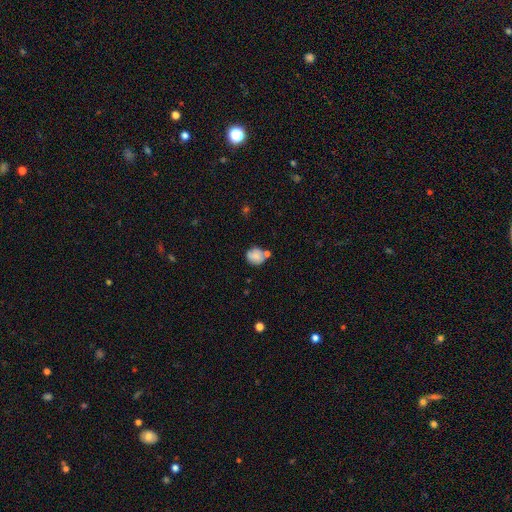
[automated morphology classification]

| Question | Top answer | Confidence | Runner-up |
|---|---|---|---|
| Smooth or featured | smooth | 78% | featured or disk (13%) |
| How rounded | round | 78% | in between (21%) |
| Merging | none | 54% | merger (21%) |